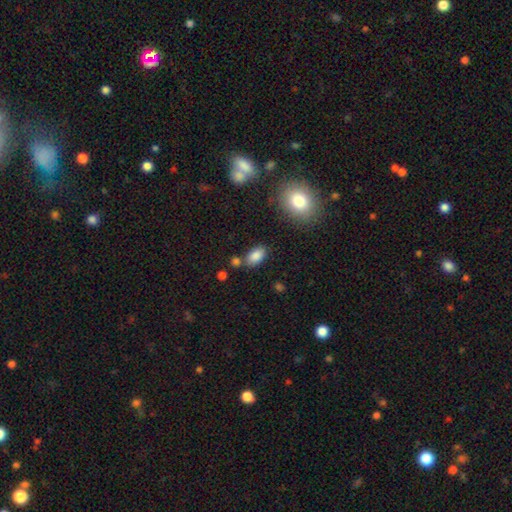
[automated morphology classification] The model was most divided on "merging": none: 73%, minor disturbance: 13%, merger: 10%, major disturbance: 4%. More confident: how rounded — in between (92%); smooth or featured — smooth (84%).